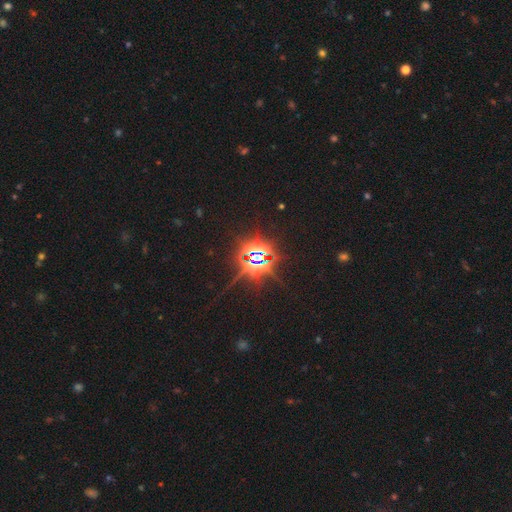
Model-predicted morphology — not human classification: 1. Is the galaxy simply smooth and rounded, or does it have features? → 85% star or artifact, 8% featured or disk, 7% smooth.